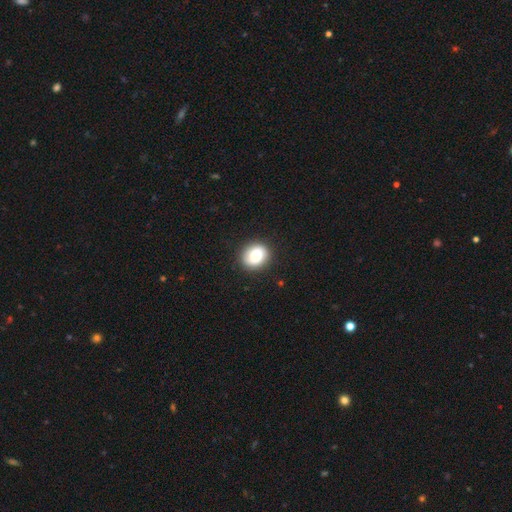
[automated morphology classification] The model was most divided on "how rounded": round: 67%, in between: 32%, cigar-shaped: 1%. More confident: merging — none (86%); smooth or featured — smooth (77%).